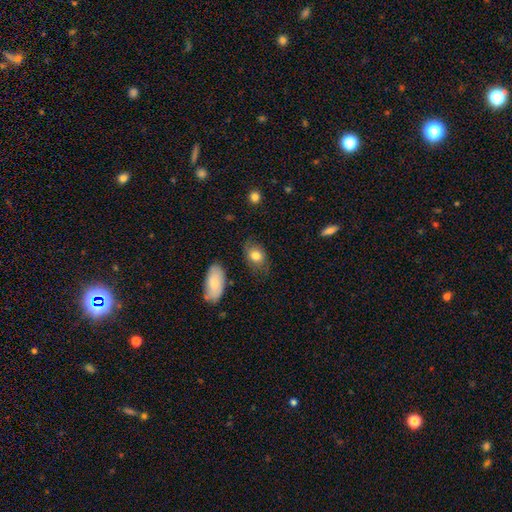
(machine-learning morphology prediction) smooth-or-featured: smooth: 79% | featured or disk: 14% | star or artifact: 8%
  how-rounded: in between: 79% | round: 19% | cigar-shaped: 2%
  merging: none: 73% | minor disturbance: 19% | major disturbance: 5% | merger: 3%